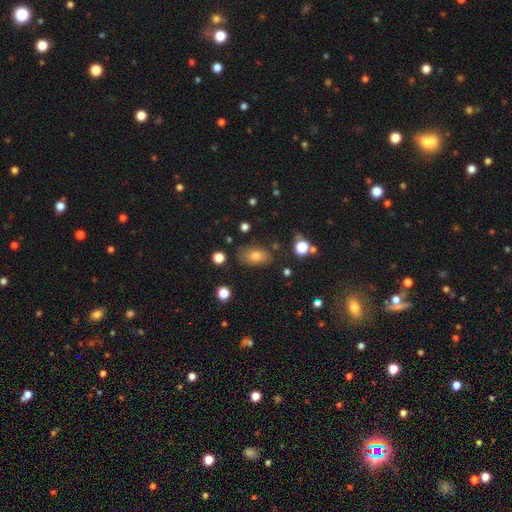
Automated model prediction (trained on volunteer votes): A smooth galaxy with no disk features (76%) that is in between round and cigar-shaped (88%).

Vote fractions:
- Smooth or featured? smooth: 76% / star or artifact: 12% / featured or disk: 12%
- How rounded? in between: 88% / round: 9% / cigar-shaped: 3%
- Merging? none: 76% / minor disturbance: 17% / major disturbance: 5% / merger: 3%